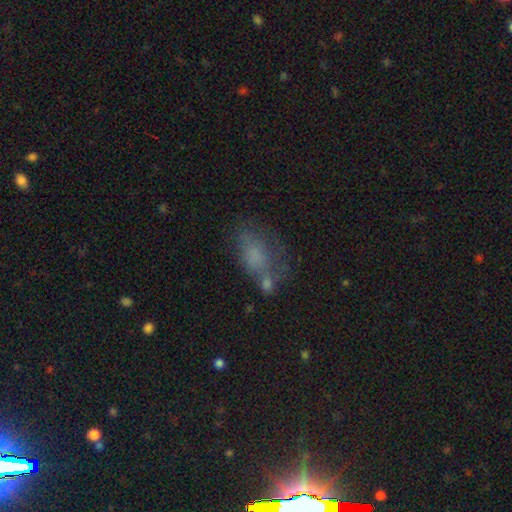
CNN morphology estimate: Smooth or featured? smooth (64%)
How rounded? in between (84%)
Merging? none (42%)